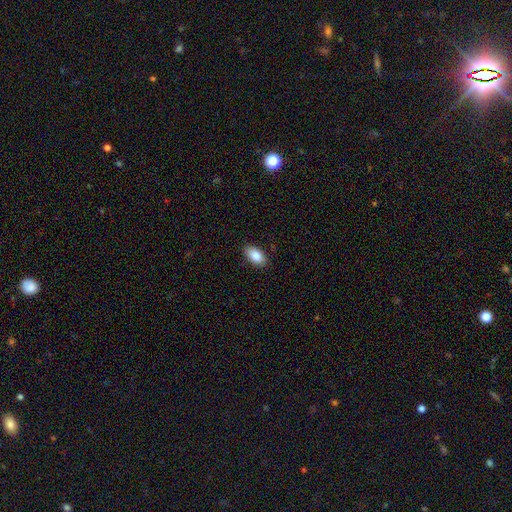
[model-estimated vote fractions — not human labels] A smooth galaxy with no disk features (86%) that is in between round and cigar-shaped (93%). Merging: none (87%).